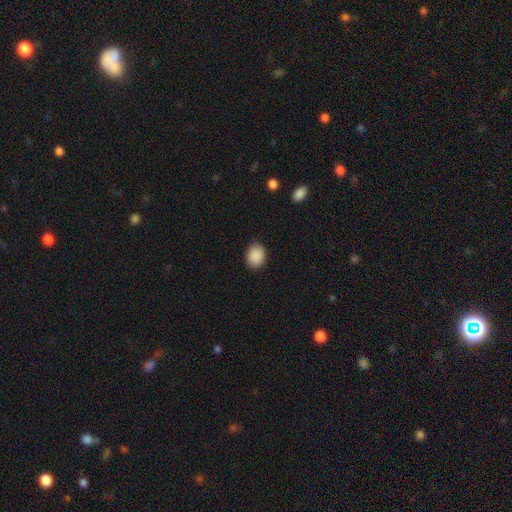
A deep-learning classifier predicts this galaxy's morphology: A smooth galaxy with no disk features (89%) that is round (55%). Merging: none (84%).